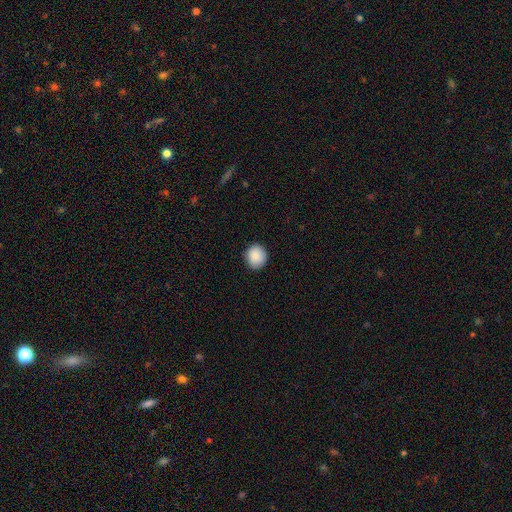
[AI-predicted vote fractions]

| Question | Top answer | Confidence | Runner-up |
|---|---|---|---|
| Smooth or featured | smooth | 89% | star or artifact (7%) |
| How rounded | round | 82% | in between (17%) |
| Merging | none | 88% | minor disturbance (9%) |